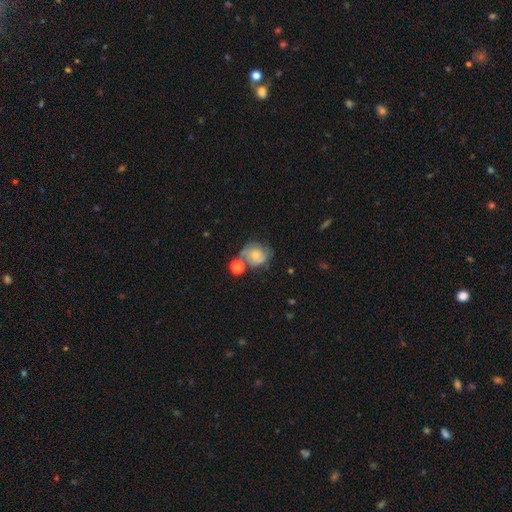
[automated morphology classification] Smooth or featured? smooth (50%)
How rounded? round (72%)
Merging? none (44%)